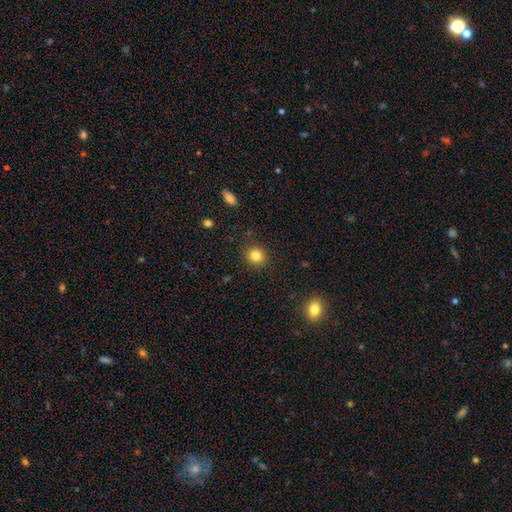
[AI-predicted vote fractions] Smooth or featured?
  - smooth: 83% *
  - star or artifact: 11%
  - featured or disk: 5%
How rounded?
  - round: 87% *
  - in between: 12%
  - cigar-shaped: 1%
Merging?
  - none: 89% *
  - minor disturbance: 7%
  - major disturbance: 2%
  - merger: 1%